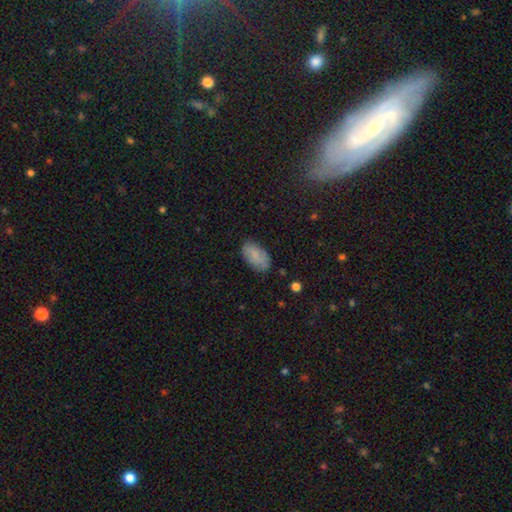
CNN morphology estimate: Overall: smooth (82%). How rounded: in between (95%). Merging: none (78%).